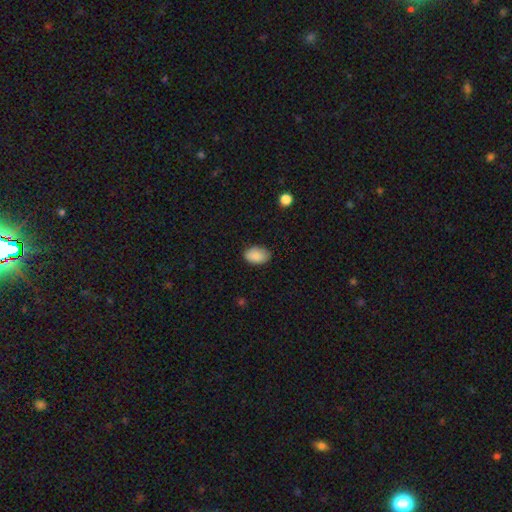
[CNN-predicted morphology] smooth 88%, star or artifact 7%, featured or disk 4%. Down the decision tree: how rounded — in between (90%); merging — none (83%).